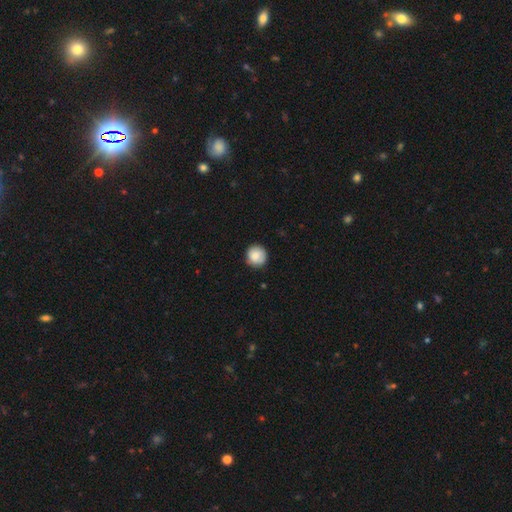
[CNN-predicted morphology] A smooth galaxy with no disk features (85%) that is round (94%).

Vote fractions:
- Smooth or featured? smooth: 85% / featured or disk: 8% / star or artifact: 8%
- How rounded? round: 94% / in between: 5% / cigar-shaped: 1%
- Merging? none: 86% / minor disturbance: 11% / major disturbance: 2% / merger: 1%